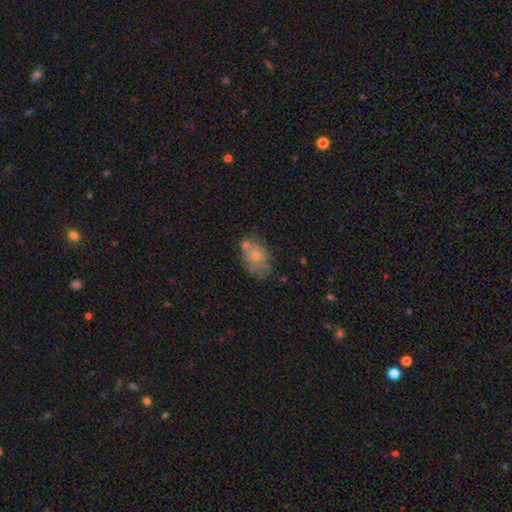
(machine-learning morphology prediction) A smooth galaxy with no disk features (52%) that is in between round and cigar-shaped (80%).

Vote fractions:
- Smooth or featured? smooth: 52% / featured or disk: 40% / star or artifact: 8%
- How rounded? in between: 80% / round: 19% / cigar-shaped: 1%
- Merging? none: 45% / minor disturbance: 28% / merger: 16% / major disturbance: 11%